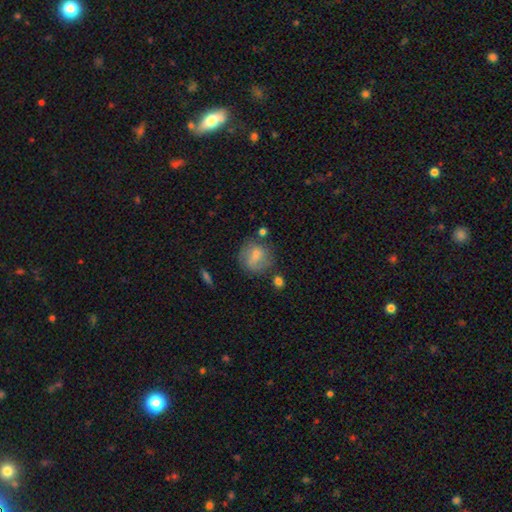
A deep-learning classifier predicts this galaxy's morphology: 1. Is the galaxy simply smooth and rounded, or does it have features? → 63% smooth, 28% featured or disk, 10% star or artifact.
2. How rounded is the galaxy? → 72% round, 26% in between, 2% cigar-shaped.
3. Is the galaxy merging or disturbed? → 56% none, 23% minor disturbance, 14% major disturbance, 7% merger.